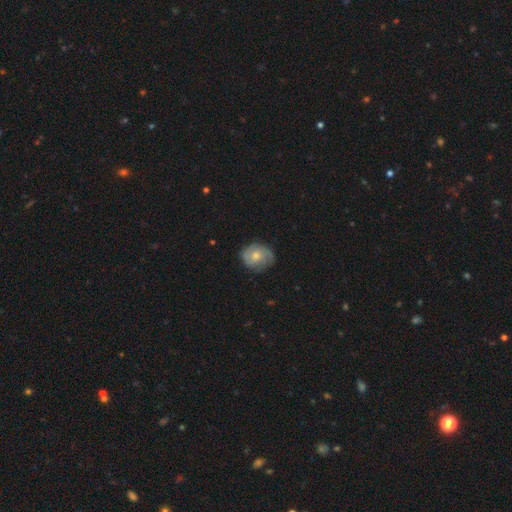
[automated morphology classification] The model was most divided on "spiral arm count": 2: 40%, can't tell: 28%, 3: 18%, 4: 5%, 1: 5%, more than 4: 3%. More confident: edge-on disk — no (97%); spiral arms — yes (87%); bar — no (74%); merging — none (73%); smooth or featured — featured or disk (62%); bulge size — moderate (59%); spiral winding — tight (50%).